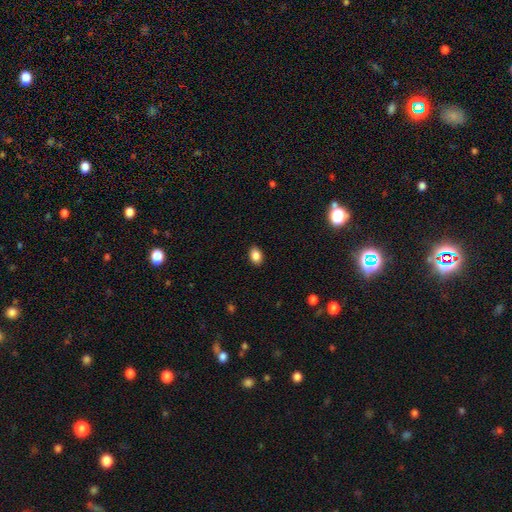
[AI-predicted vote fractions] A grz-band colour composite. It shows a smooth galaxy with no disk features (87%) that is in between round and cigar-shaped (81%). Merging: none (89%).